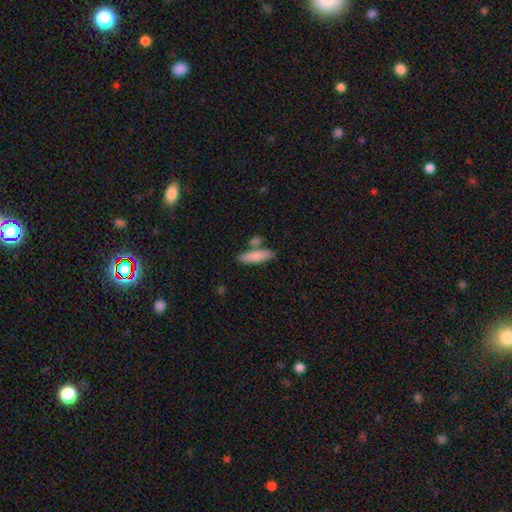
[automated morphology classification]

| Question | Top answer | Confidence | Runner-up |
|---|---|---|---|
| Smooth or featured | smooth | 84% | featured or disk (11%) |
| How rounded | cigar-shaped | 53% | in between (44%) |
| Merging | none | 67% | merger (18%) |